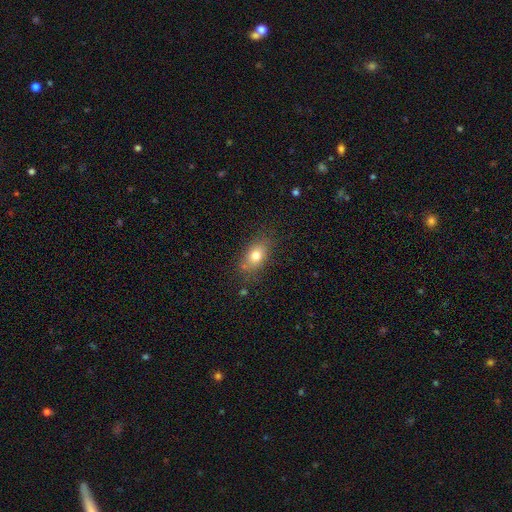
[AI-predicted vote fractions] smooth_or_featured: smooth (p=0.76) [alt: featured or disk p=0.13]
how_rounded: in between (p=0.78) [alt: round p=0.19]
merging: none (p=0.74) [alt: minor disturbance p=0.17]